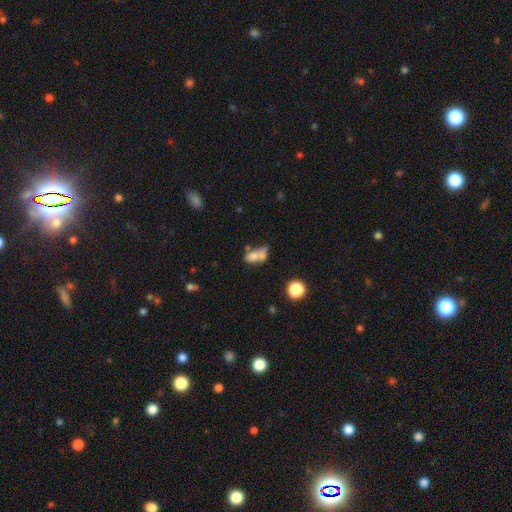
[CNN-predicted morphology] Smooth or featured?
  - smooth: 65% *
  - featured or disk: 22%
  - star or artifact: 14%
How rounded?
  - in between: 76% *
  - round: 16%
  - cigar-shaped: 8%
Merging?
  - merger: 47% *
  - none: 23%
  - minor disturbance: 15%
  - major disturbance: 15%